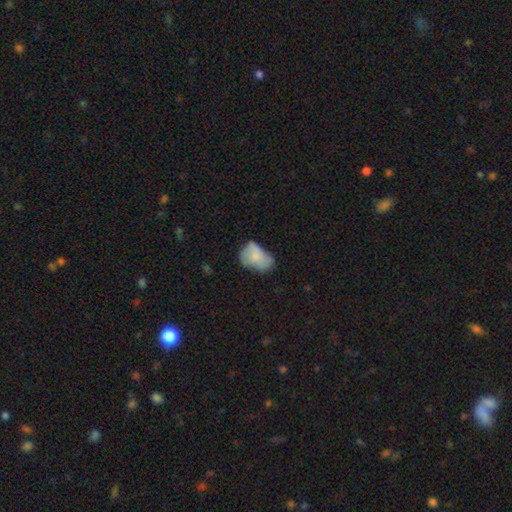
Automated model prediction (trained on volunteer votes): Q: Smooth or featured?
A: smooth (73%); runner-up: featured or disk (18%)
Q: How rounded?
A: in between (82%); runner-up: round (16%)
Q: Merging?
A: minor disturbance (41%); runner-up: none (33%)